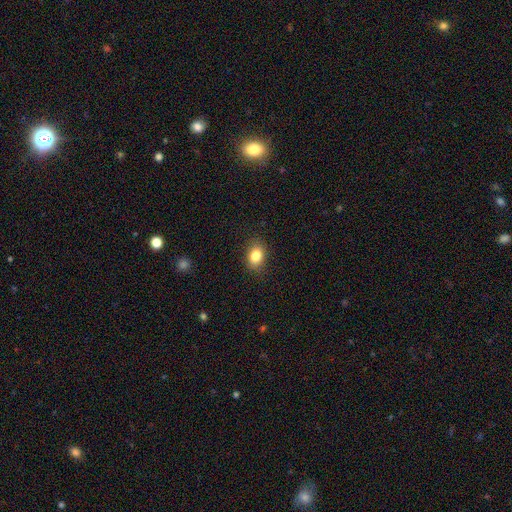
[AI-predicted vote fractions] smooth 84%, star or artifact 9%, featured or disk 7%. Down the decision tree: how rounded — in between (72%); merging — none (86%).